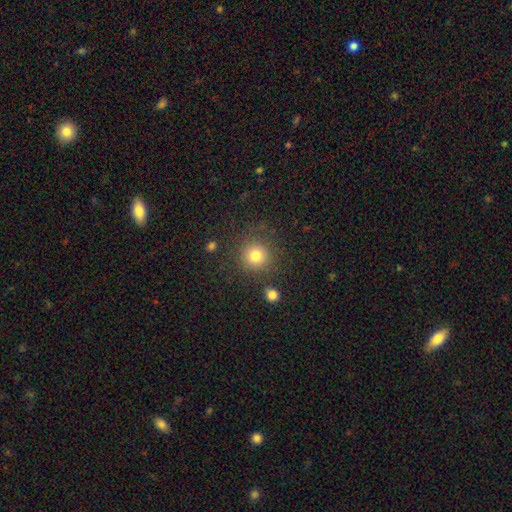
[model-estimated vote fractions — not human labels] This is clearly a smooth galaxy (80%). How rounded: clearly round (93%). Merging: clearly none (85%).